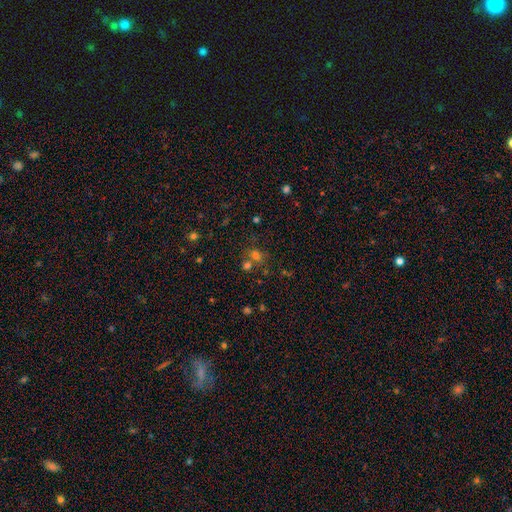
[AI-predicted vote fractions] smooth 59%, star or artifact 30%, featured or disk 10%. Down the decision tree: how rounded — round (75%); merging — none (57%).